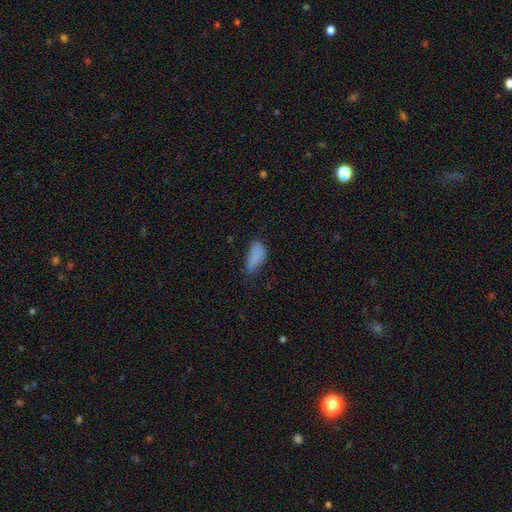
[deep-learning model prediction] Smooth or featured: smooth — 80% (star or artifact — 10%)
How rounded: in between — 86% (cigar-shaped — 11%)
Merging: none — 44% (minor disturbance — 37%)